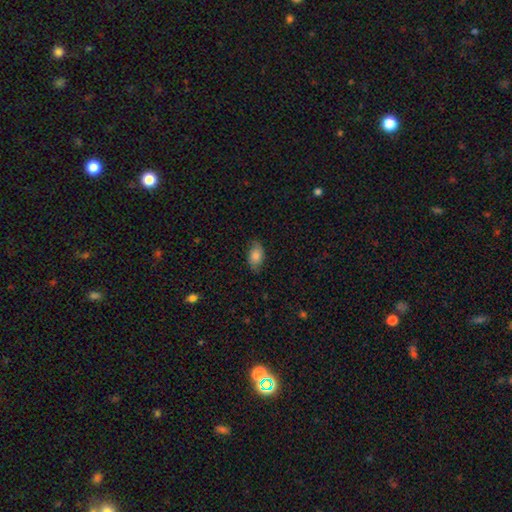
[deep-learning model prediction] This appears to be a smooth galaxy with no disk features (74%) that is in between round and cigar-shaped (89%). Merging: none (74%).